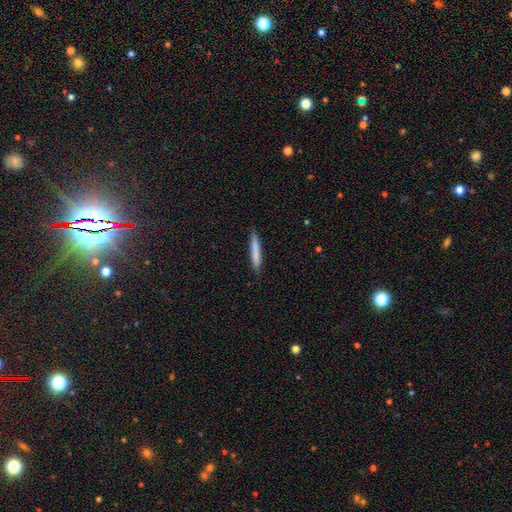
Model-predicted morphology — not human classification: The model was most divided on "smooth or featured": smooth: 78%, featured or disk: 16%, star or artifact: 6%. More confident: how rounded — cigar-shaped (95%); merging — none (90%).